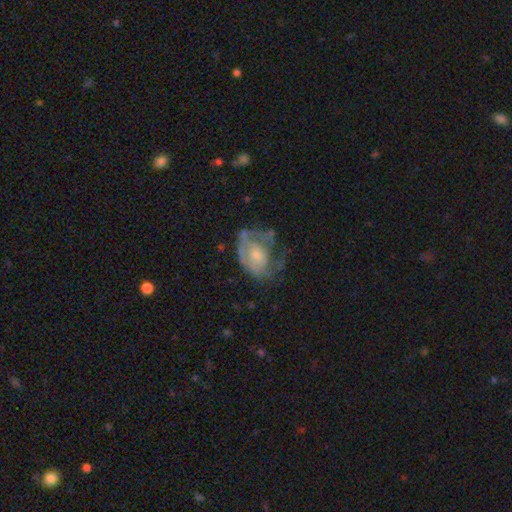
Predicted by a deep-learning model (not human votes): This is likely a featured or disk galaxy (61%). It is clearly not viewed edge-on (97%). Bar: clearly no (81%). Spiral arm pattern: possibly yes (51%). Central bulge: possibly small (48%). Merging: marginally none (37%).